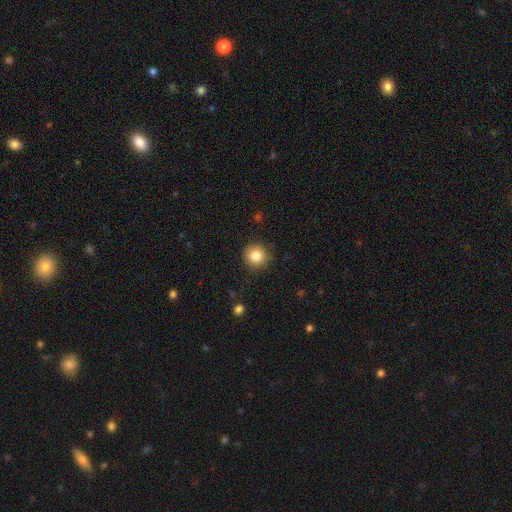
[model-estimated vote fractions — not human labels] smooth_or_featured: smooth (p=0.85) [alt: star or artifact p=0.10]
how_rounded: round (p=0.92) [alt: in between p=0.07]
merging: none (p=0.86) [alt: minor disturbance p=0.10]